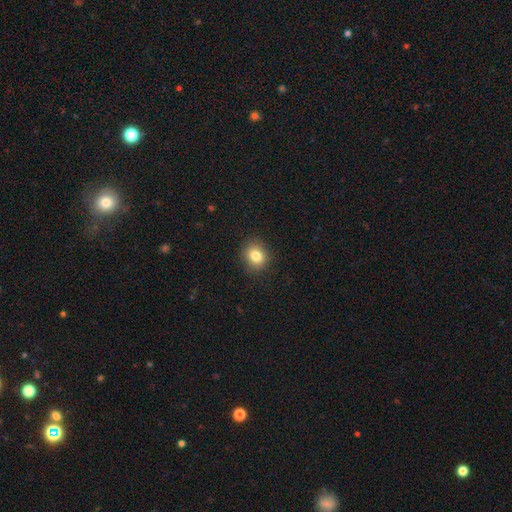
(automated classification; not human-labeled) The model was most divided on "how rounded": round: 74%, in between: 25%, cigar-shaped: 1%. More confident: merging — none (89%); smooth or featured — smooth (81%).